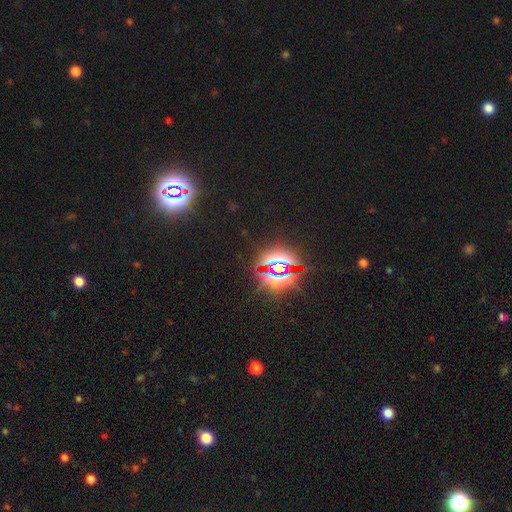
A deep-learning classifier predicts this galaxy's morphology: smooth_or_featured: star or artifact (p=0.85) [alt: smooth p=0.10]